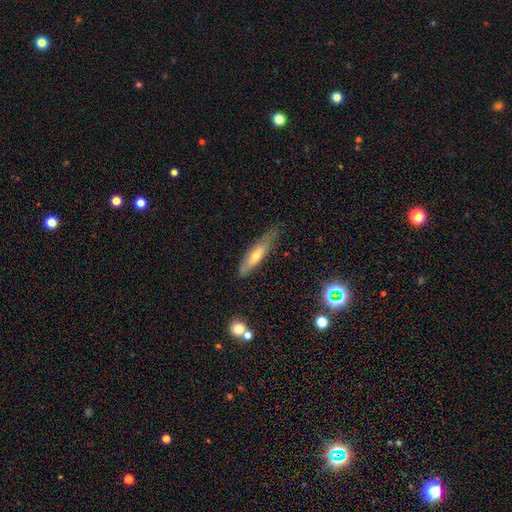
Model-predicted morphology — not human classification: Smooth or featured? smooth (49%)
Merging? none (65%)